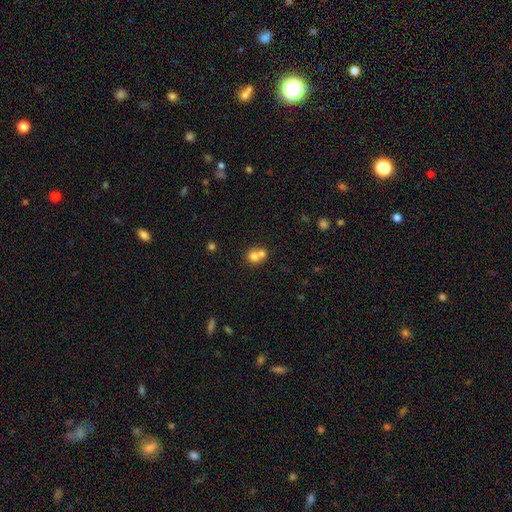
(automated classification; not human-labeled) Smooth or featured? Predicted: smooth (p=0.71). How rounded? Predicted: round (p=0.80). Merging? Predicted: merger (p=0.62).